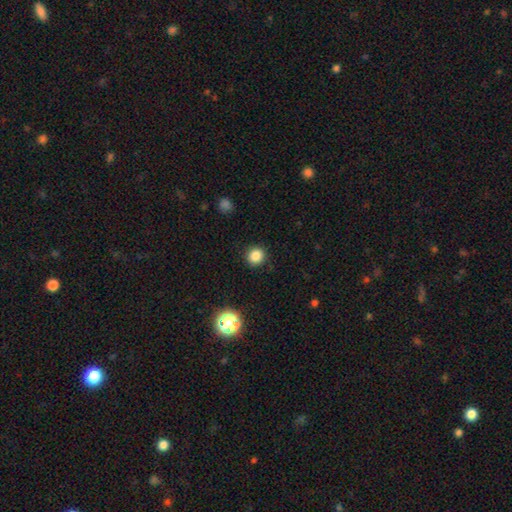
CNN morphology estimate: smooth_or_featured: smooth (p=0.83) [alt: star or artifact p=0.13]
how_rounded: round (p=0.92) [alt: in between p=0.07]
merging: none (p=0.91) [alt: minor disturbance p=0.06]